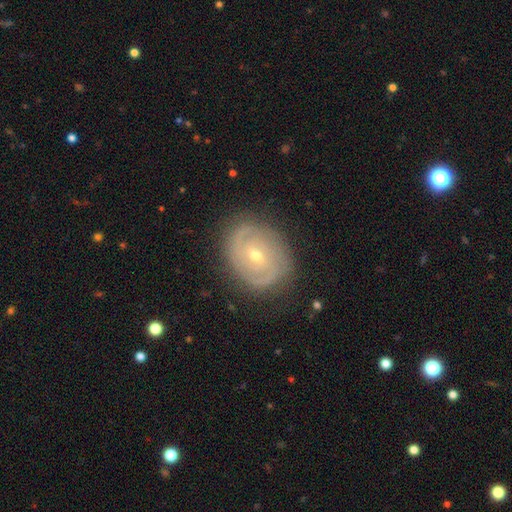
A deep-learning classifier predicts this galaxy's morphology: type=featured or disk (83%); edge-on=no (96%); bar=no (56%); spiral arms=yes (92%); winding=tight (70%); arm count=2 (54%); bulge=small (54%); merging=none (83%).